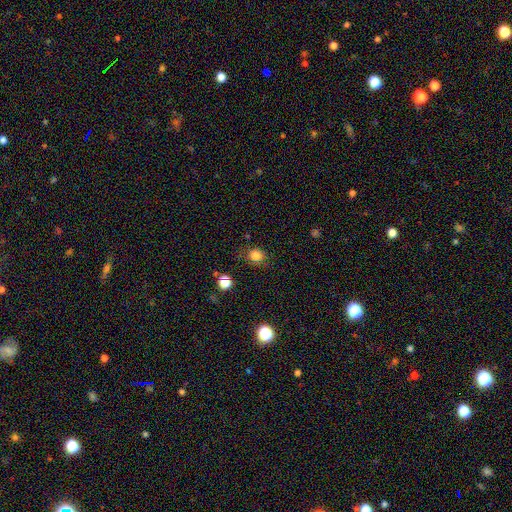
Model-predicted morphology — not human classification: Smooth or featured? Predicted: smooth (p=0.80). How rounded? Predicted: round (p=0.72). Merging? Predicted: none (p=0.76).